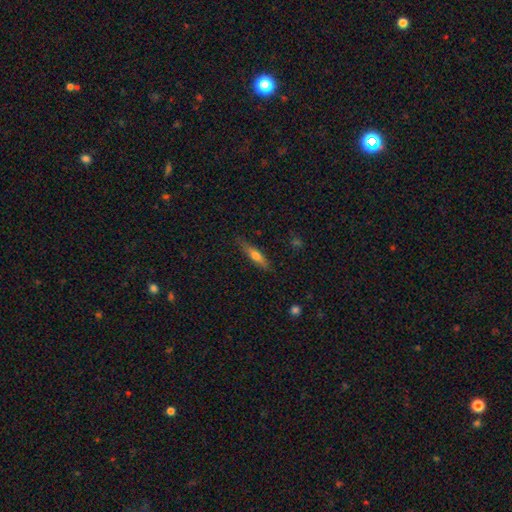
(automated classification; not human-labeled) smooth 56%, featured or disk 38%, star or artifact 7%. Down the decision tree: how rounded — cigar-shaped (75%); merging — none (83%).